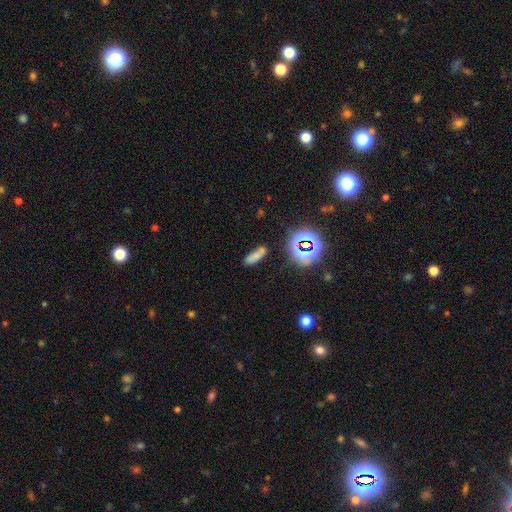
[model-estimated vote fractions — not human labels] Overall: smooth (63%; star or artifact 24%). How rounded: in between (58%; cigar-shaped 35%). Merging: none (62%).